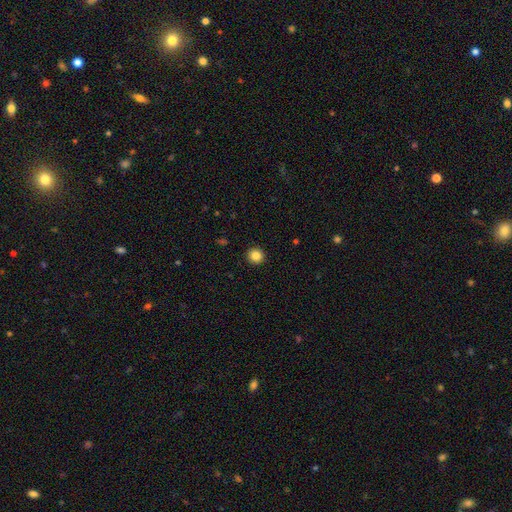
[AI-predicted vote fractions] The model was most divided on "smooth or featured": smooth: 85%, star or artifact: 10%, featured or disk: 5%. More confident: how rounded — round (94%); merging — none (93%).